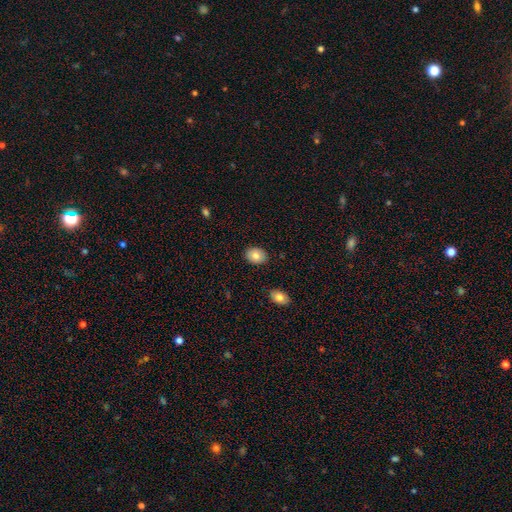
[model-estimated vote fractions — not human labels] Smooth or featured? smooth (83%)
How rounded? in between (70%)
Merging? none (88%)